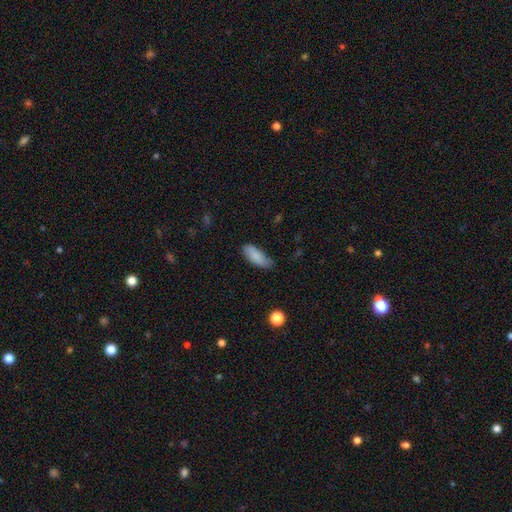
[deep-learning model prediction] Q: Smooth or featured?
A: smooth (86%); runner-up: featured or disk (8%)
Q: How rounded?
A: in between (77%); runner-up: cigar-shaped (21%)
Q: Merging?
A: none (69%); runner-up: minor disturbance (25%)